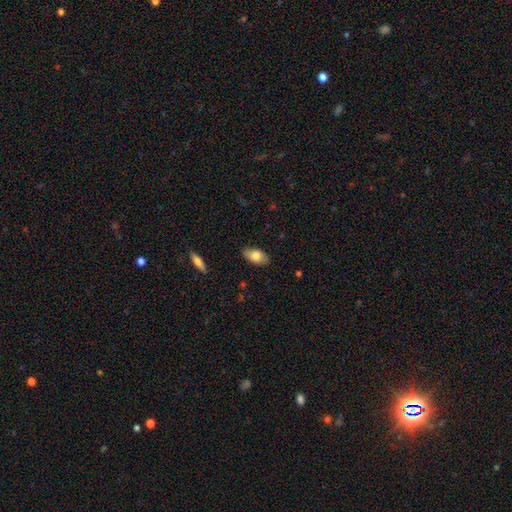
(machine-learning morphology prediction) Smooth or featured?
  - smooth: 79% *
  - featured or disk: 15%
  - star or artifact: 7%
How rounded?
  - in between: 92% *
  - round: 4%
  - cigar-shaped: 3%
Merging?
  - none: 86% *
  - minor disturbance: 11%
  - major disturbance: 2%
  - merger: 1%